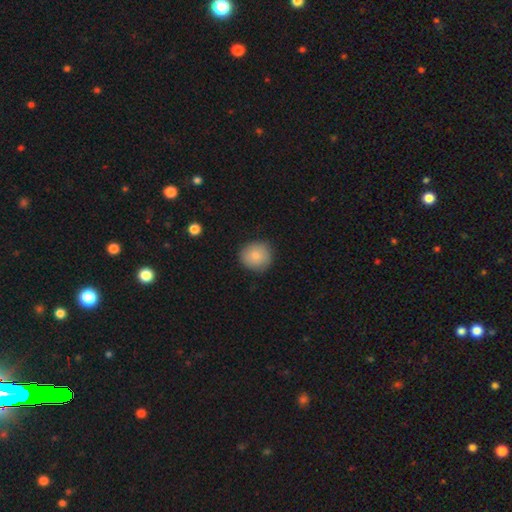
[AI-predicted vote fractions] Smooth or featured? Predicted: smooth (p=0.85). How rounded? Predicted: round (p=0.89). Merging? Predicted: none (p=0.86).